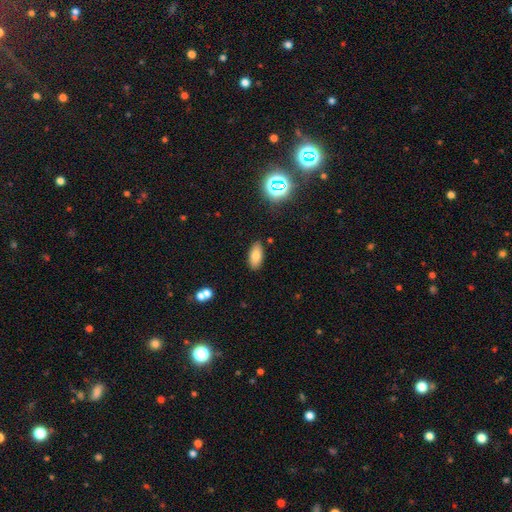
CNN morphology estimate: Q: Smooth or featured?
A: smooth (79%); runner-up: featured or disk (11%)
Q: How rounded?
A: in between (89%); runner-up: cigar-shaped (8%)
Q: Merging?
A: none (86%); runner-up: minor disturbance (10%)